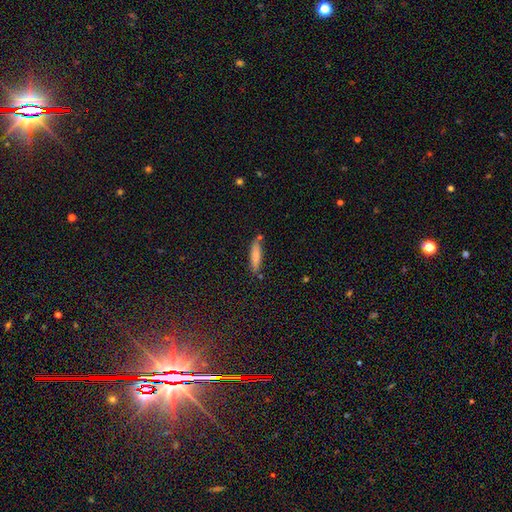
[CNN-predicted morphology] Smooth or featured?
  - smooth: 80% *
  - featured or disk: 13%
  - star or artifact: 7%
How rounded?
  - cigar-shaped: 78% *
  - in between: 21%
  - round: 2%
Merging?
  - none: 75% *
  - minor disturbance: 14%
  - merger: 7%
  - major disturbance: 3%